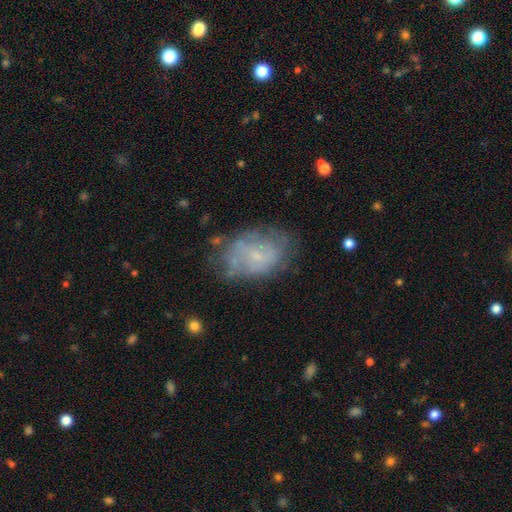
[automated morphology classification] The model was most divided on "smooth or featured": featured or disk: 49%, smooth: 41%, star or artifact: 10%. More confident: merging — none (57%).